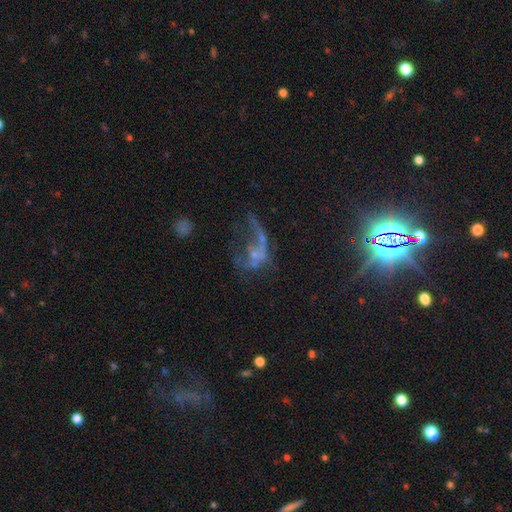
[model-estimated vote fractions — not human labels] Morphology: type=featured or disk (53%); edge-on=no (95%); bar=no (85%); spiral arms=no (71%); bulge=none (47%); merging=major disturbance (47%).